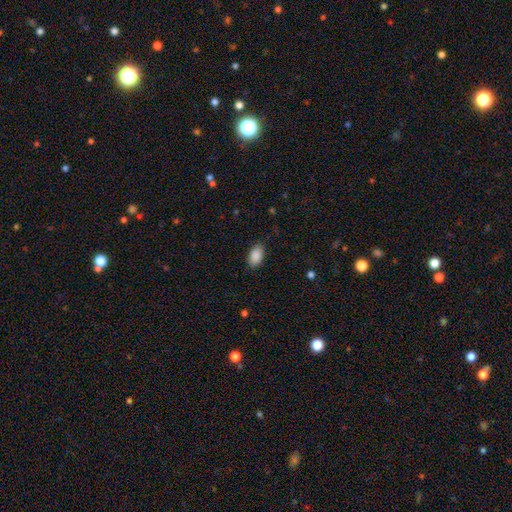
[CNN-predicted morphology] type=smooth (90%); roundness=in between (94%); merging=none (86%).